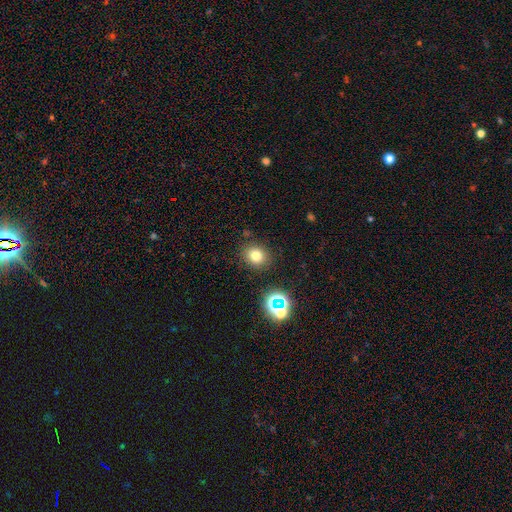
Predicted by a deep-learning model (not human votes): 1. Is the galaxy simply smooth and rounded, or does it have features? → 74% smooth, 17% star or artifact, 9% featured or disk.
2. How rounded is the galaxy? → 75% round, 24% in between, 1% cigar-shaped.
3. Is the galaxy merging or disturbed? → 85% none, 8% minor disturbance, 3% merger, 3% major disturbance.